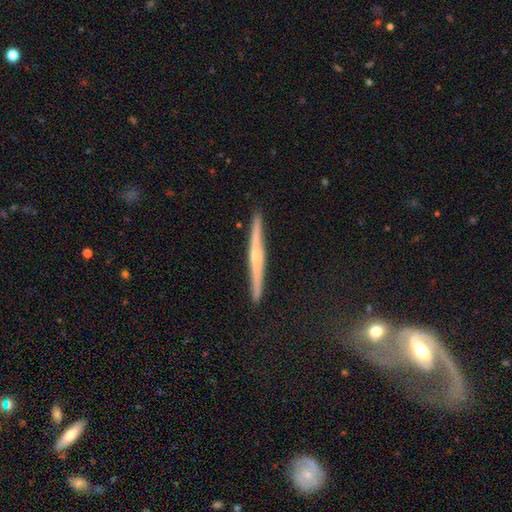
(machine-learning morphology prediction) A featured or disk galaxy (69%) viewed edge-on (98%) with a rounded central bulge (53%). Merging: none (91%).